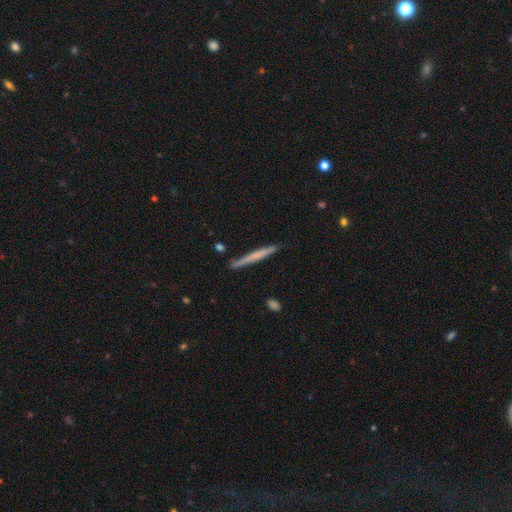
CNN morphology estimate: Smooth or featured? Predicted: smooth (p=0.51). How rounded? Predicted: cigar-shaped (p=0.97). Merging? Predicted: none (p=0.87).